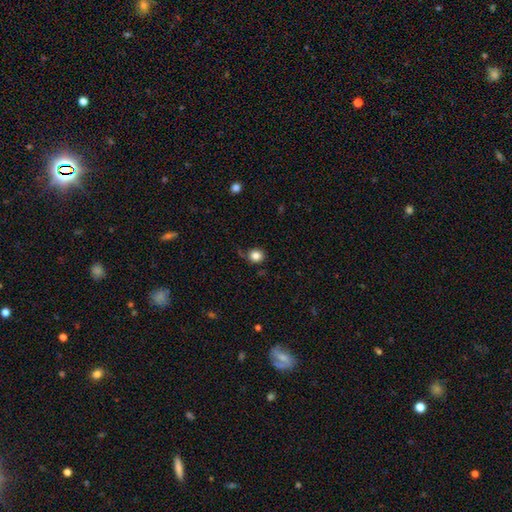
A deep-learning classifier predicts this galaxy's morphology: Smooth or featured? smooth (84%)
How rounded? round (83%)
Merging? none (76%)